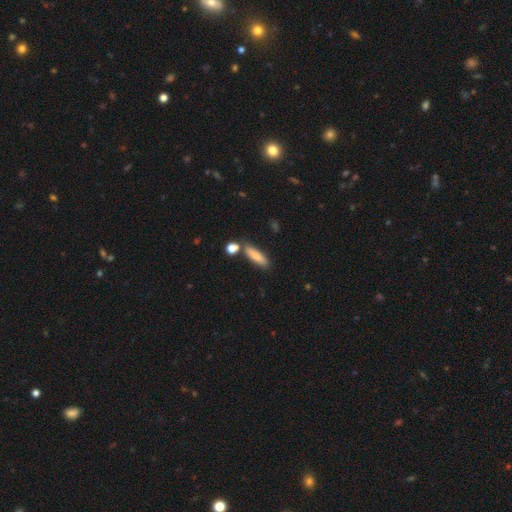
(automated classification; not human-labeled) This appears to be a smooth galaxy with no disk features (82%) that is cigar-shaped (58%). Merging: none (74%).